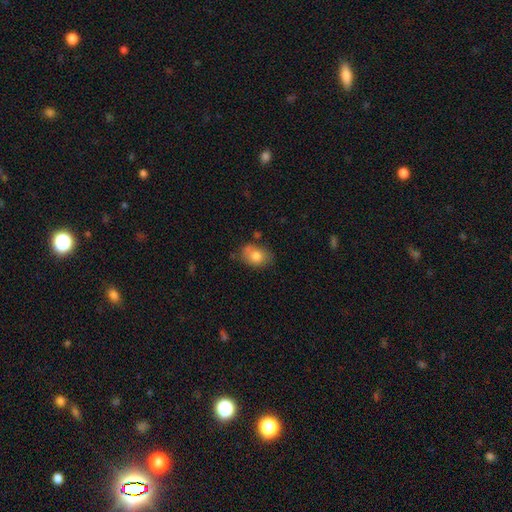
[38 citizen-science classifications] This appears to be a smooth galaxy with no disk features (82%) that is in between round and cigar-shaped (87%). Merging: none (69%).